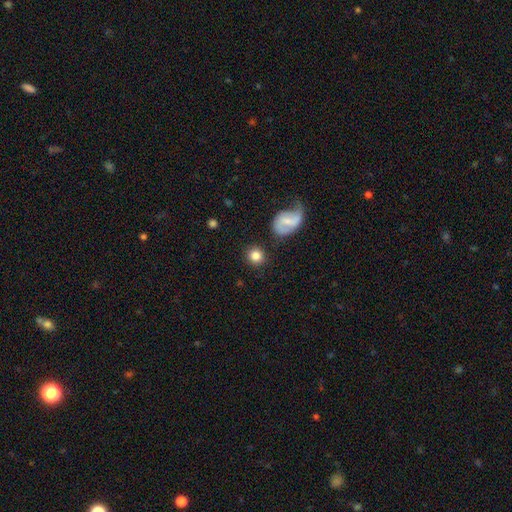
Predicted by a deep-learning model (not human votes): Smooth or featured?
  - smooth: 80% *
  - featured or disk: 11%
  - star or artifact: 8%
How rounded?
  - round: 87% *
  - in between: 12%
  - cigar-shaped: 1%
Merging?
  - none: 83% *
  - minor disturbance: 9%
  - merger: 5%
  - major disturbance: 4%